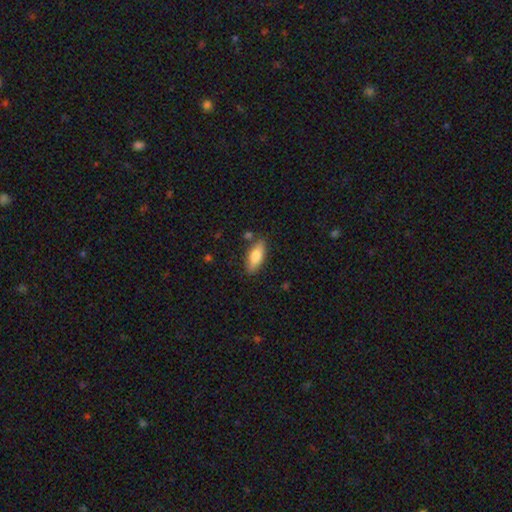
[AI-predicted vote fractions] Smooth or featured: smooth — 76% (featured or disk — 18%)
How rounded: in between — 71% (cigar-shaped — 26%)
Merging: none — 82% (minor disturbance — 12%)